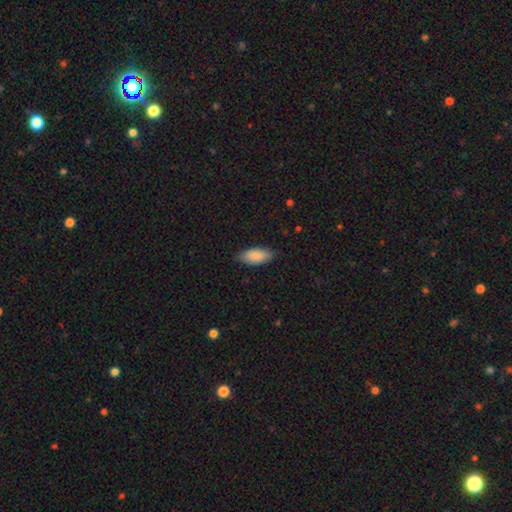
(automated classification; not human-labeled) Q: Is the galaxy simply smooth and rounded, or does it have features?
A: smooth — 87%.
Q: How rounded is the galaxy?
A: in between — 88%.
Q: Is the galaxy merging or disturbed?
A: none — 82%.